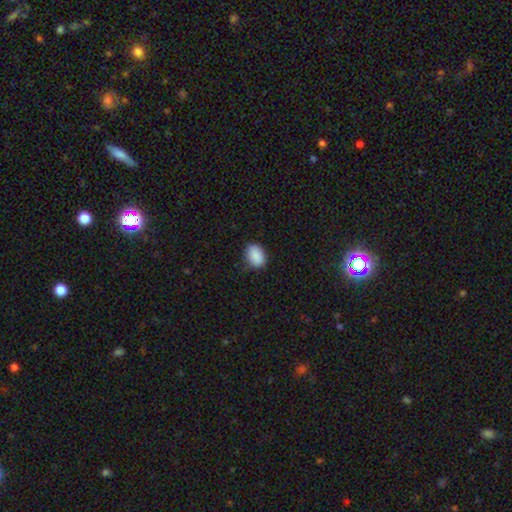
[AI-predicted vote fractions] Q: Smooth or featured?
A: smooth (89%); runner-up: star or artifact (7%)
Q: How rounded?
A: in between (81%); runner-up: round (18%)
Q: Merging?
A: none (80%); runner-up: minor disturbance (16%)